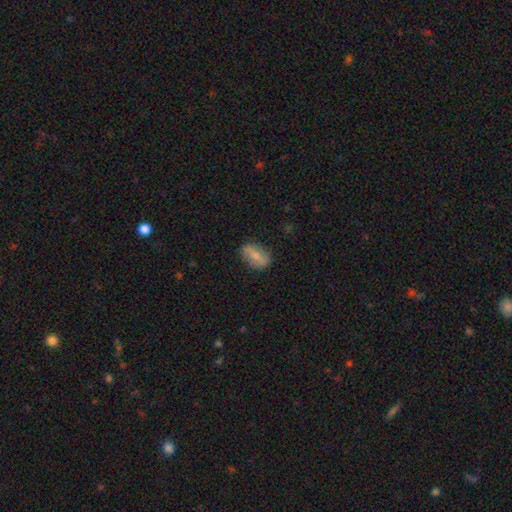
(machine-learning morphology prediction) Smooth or featured? smooth (57%)
How rounded? in between (85%)
Merging? none (76%)